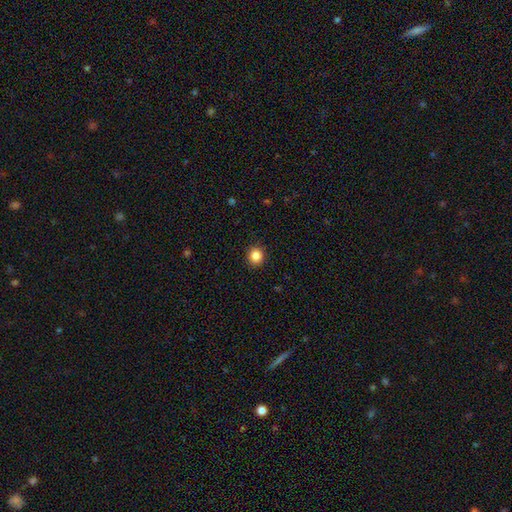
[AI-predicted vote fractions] Smooth or featured: smooth — 86% (star or artifact — 10%)
How rounded: round — 88% (in between — 11%)
Merging: none — 92% (minor disturbance — 6%)